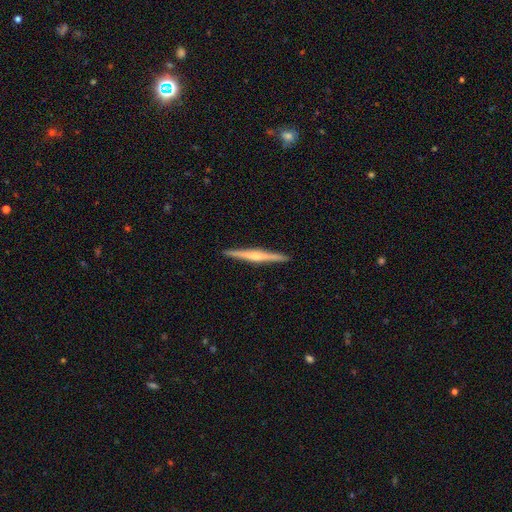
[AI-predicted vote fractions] This is likely a featured or disk galaxy (69%). It is clearly viewed edge-on (98%). Edge-on bulge: likely rounded (71%). Merging: clearly none (93%).